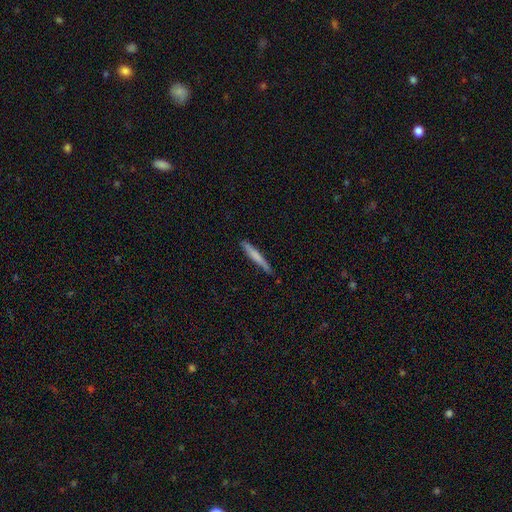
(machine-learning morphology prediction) Overall: smooth (65%; featured or disk 29%). How rounded: cigar-shaped (96%). Merging: none (87%).